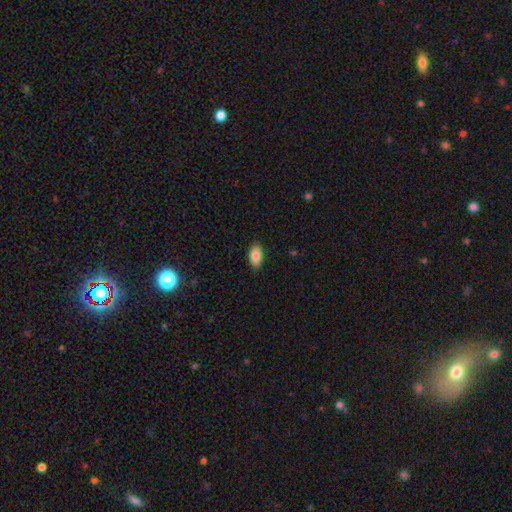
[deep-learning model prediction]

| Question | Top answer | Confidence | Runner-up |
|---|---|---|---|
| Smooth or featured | smooth | 84% | featured or disk (9%) |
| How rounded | in between | 92% | cigar-shaped (5%) |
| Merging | none | 87% | minor disturbance (10%) |